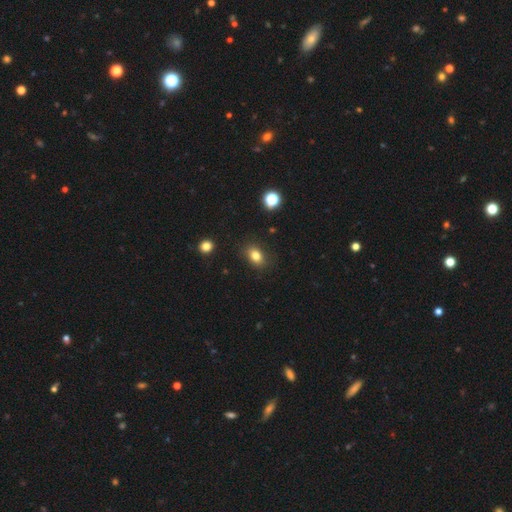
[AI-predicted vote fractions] This is clearly a smooth galaxy (81%). How rounded: likely in between (75%). Merging: clearly none (85%).